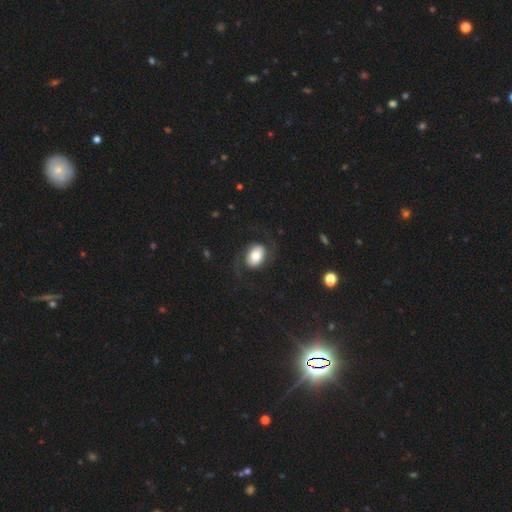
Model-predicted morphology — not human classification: Overall: smooth (51%; featured or disk 41%). How rounded: in between (74%). Merging: none (70%).